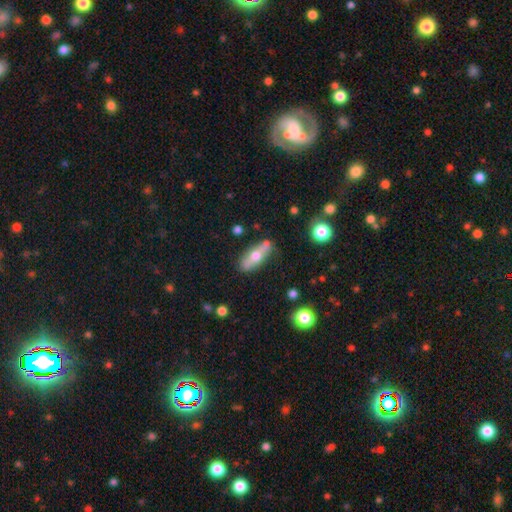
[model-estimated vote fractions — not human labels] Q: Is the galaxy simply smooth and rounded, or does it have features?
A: smooth — 48%.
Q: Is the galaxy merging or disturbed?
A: none — 75%.